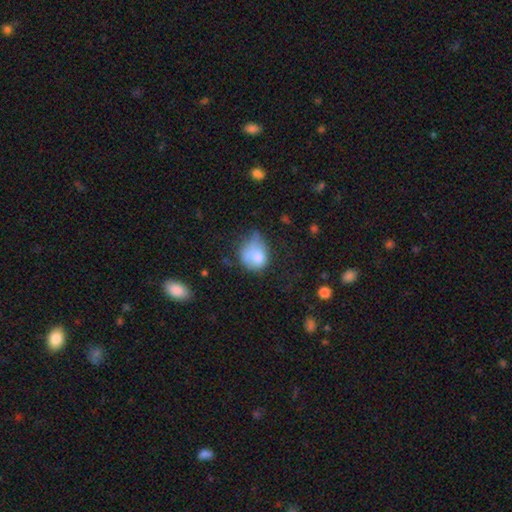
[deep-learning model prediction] smooth-or-featured: smooth: 74% | featured or disk: 17% | star or artifact: 9%
  how-rounded: round: 59% | in between: 40% | cigar-shaped: 1%
  merging: minor disturbance: 39% | major disturbance: 28% | none: 25% | merger: 7%